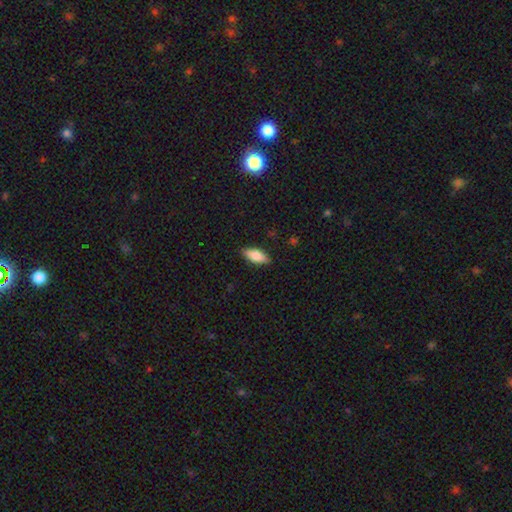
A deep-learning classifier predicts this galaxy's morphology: smooth 79%, featured or disk 15%, star or artifact 6%. Down the decision tree: how rounded — in between (73%); merging — none (87%).